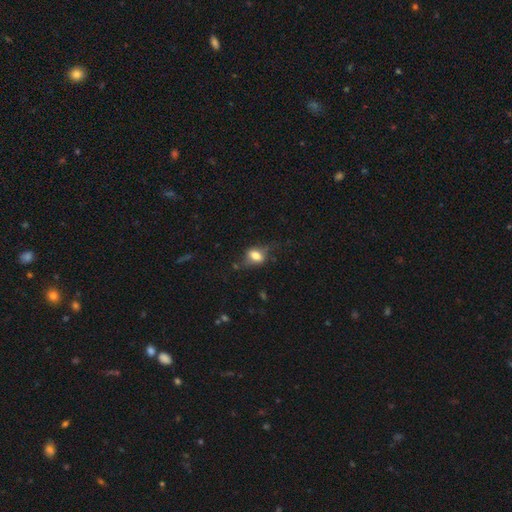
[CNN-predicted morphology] Overall: smooth (61%; featured or disk 29%). How rounded: in between (72%). Merging: none (56%; minor disturbance 26%).